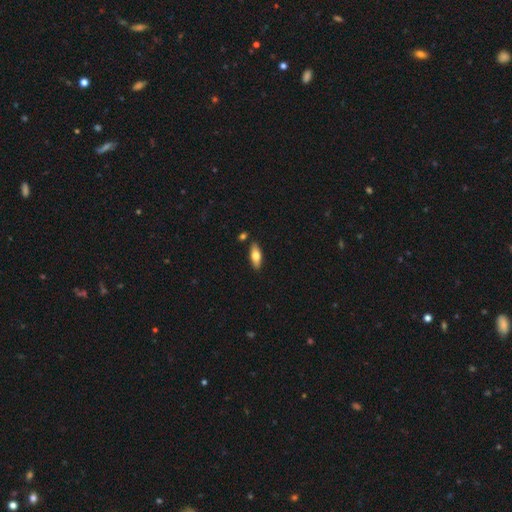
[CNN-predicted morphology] A smooth galaxy with no disk features (65%) that is in between round and cigar-shaped (71%).

Vote fractions:
- Smooth or featured? smooth: 65% / featured or disk: 28% / star or artifact: 6%
- How rounded? in between: 71% / cigar-shaped: 26% / round: 3%
- Merging? none: 85% / minor disturbance: 9% / merger: 4% / major disturbance: 2%